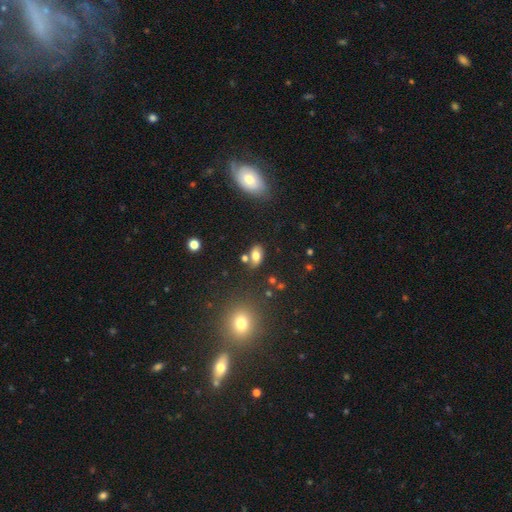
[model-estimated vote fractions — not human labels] smooth-or-featured: smooth: 76% | featured or disk: 13% | star or artifact: 11%
  how-rounded: in between: 89% | round: 8% | cigar-shaped: 3%
  merging: none: 70% | minor disturbance: 14% | merger: 12% | major disturbance: 4%